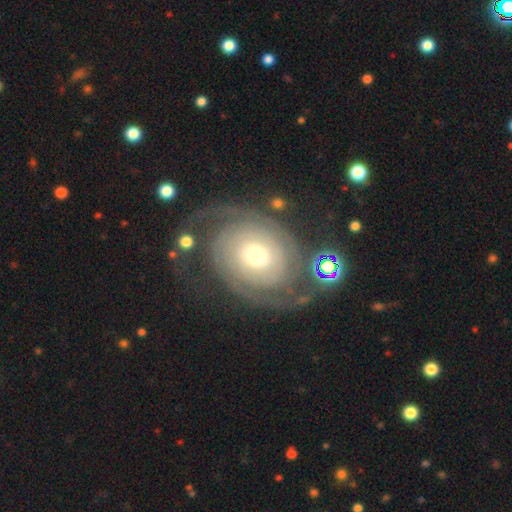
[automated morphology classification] This is clearly a featured or disk galaxy (88%). It is clearly not viewed edge-on (97%). Bar: likely no (72%). Spiral arm pattern: clearly yes (96%). Spiral arm count: likely 2 (75%). Spiral winding: likely tight (68%). Central bulge: likely moderate (64%). Merging: likely none (73%).